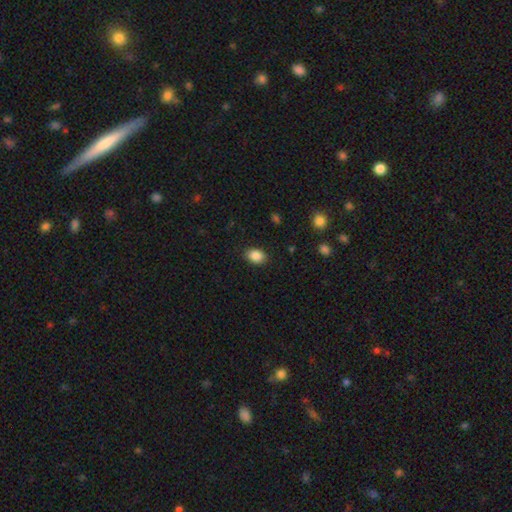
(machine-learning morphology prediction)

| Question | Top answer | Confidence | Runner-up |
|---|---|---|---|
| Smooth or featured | smooth | 88% | star or artifact (9%) |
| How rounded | in between | 73% | round (26%) |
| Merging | none | 88% | minor disturbance (8%) |